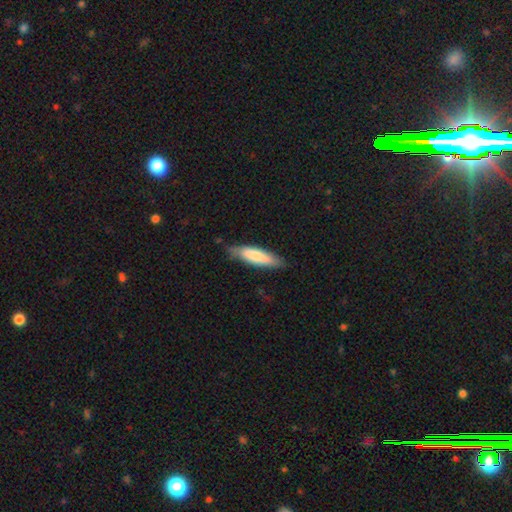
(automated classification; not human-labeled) Overall: smooth (75%). How rounded: cigar-shaped (65%; in between 34%). Merging: none (75%).